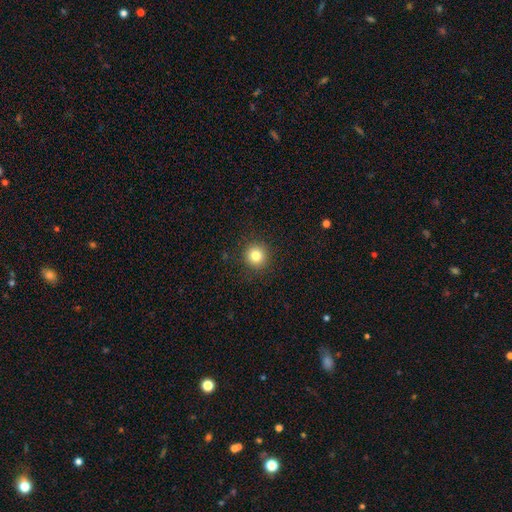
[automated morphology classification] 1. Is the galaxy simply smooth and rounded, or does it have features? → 82% smooth, 12% star or artifact, 7% featured or disk.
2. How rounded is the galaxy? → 93% round, 6% in between, 1% cigar-shaped.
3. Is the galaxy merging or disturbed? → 91% none, 6% minor disturbance, 2% major disturbance, 1% merger.